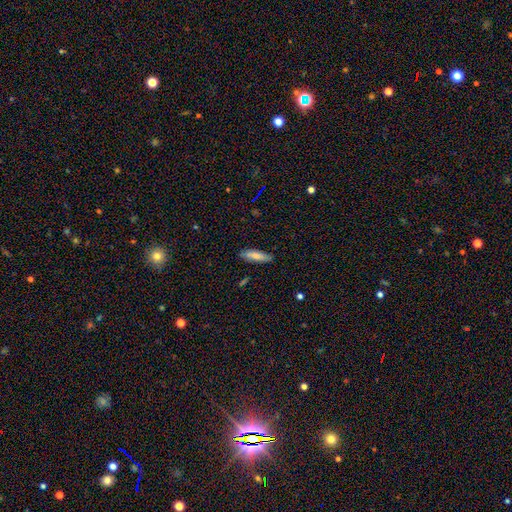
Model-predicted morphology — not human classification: Smooth or featured? smooth (78%)
How rounded? cigar-shaped (53%)
Merging? none (84%)